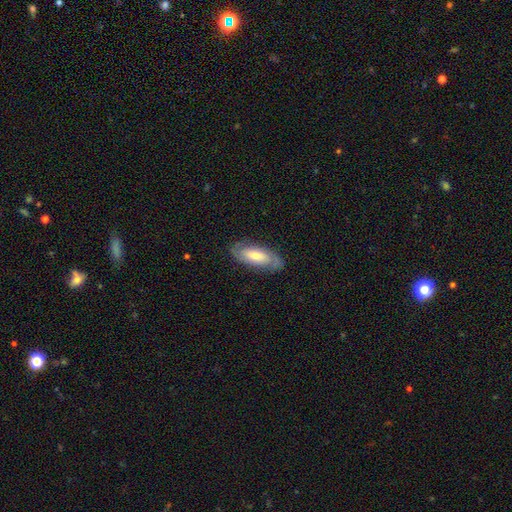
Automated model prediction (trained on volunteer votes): Smooth or featured: featured or disk — 53% (smooth — 41%)
Edge-on disk: no — 84% (yes — 16%)
Merging: none — 81% (minor disturbance — 14%)